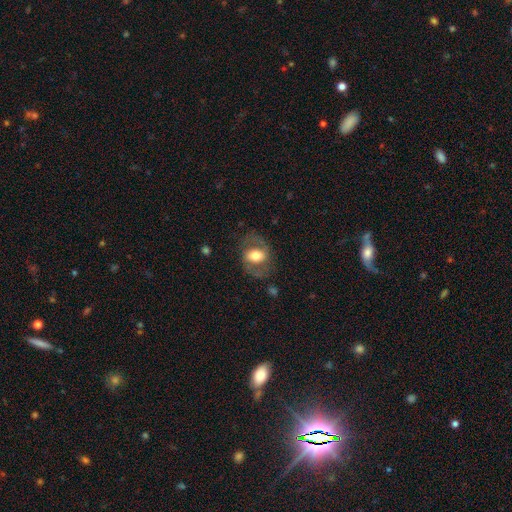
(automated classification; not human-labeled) Morphology: type=featured or disk (53%); edge-on=no (95%); merging=none (69%).